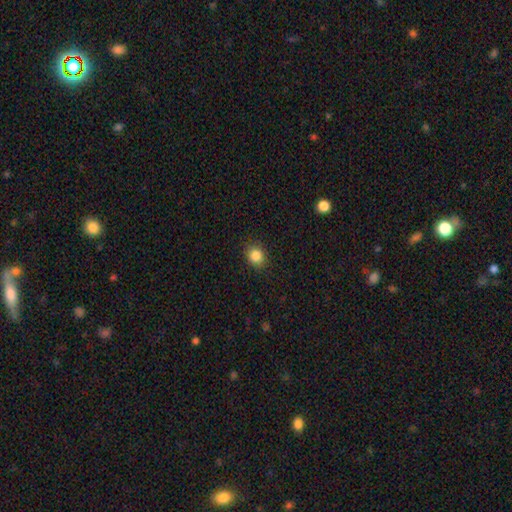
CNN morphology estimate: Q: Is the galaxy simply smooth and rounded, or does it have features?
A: smooth — 86%.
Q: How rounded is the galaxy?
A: round — 72%.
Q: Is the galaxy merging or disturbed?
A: none — 88%.